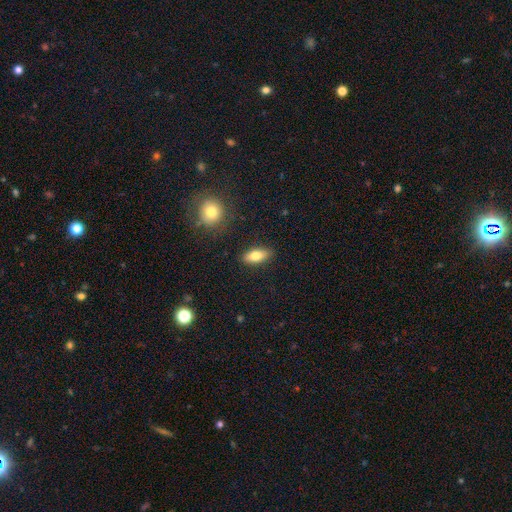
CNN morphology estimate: This is likely a smooth galaxy (77%). How rounded: clearly in between (83%). Merging: clearly none (87%).